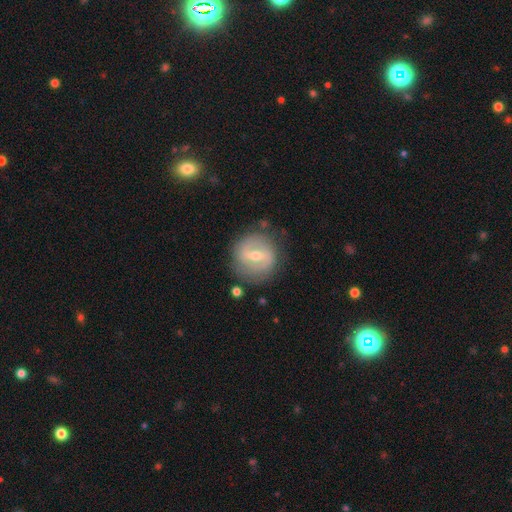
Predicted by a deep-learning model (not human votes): Smooth or featured? featured or disk (70%)
Edge-on disk? no (95%)
Bar? weak (45%)
Spiral arms? yes (63%)
Bulge size? moderate (60%)
Merging? none (79%)